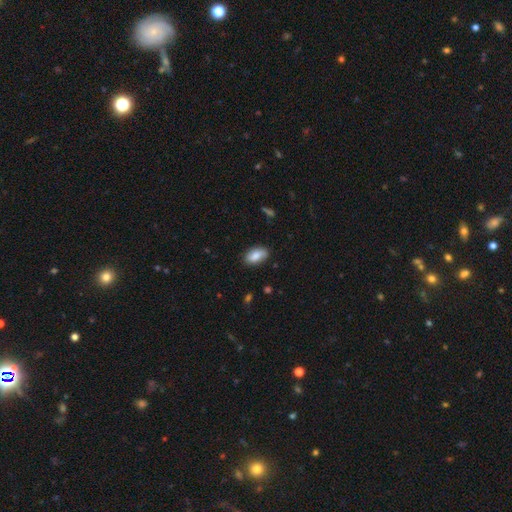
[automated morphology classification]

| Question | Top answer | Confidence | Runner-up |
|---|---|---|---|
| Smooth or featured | smooth | 80% | featured or disk (13%) |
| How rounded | in between | 92% | round (4%) |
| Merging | none | 81% | minor disturbance (15%) |